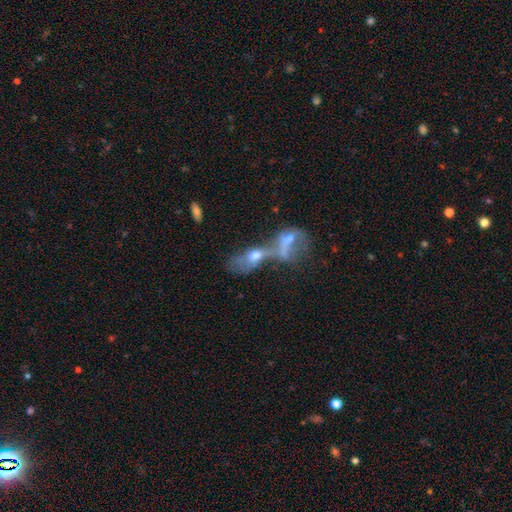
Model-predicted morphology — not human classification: featured or disk 46%, smooth 41%, star or artifact 13%. Down the decision tree: merging — merger (69%).